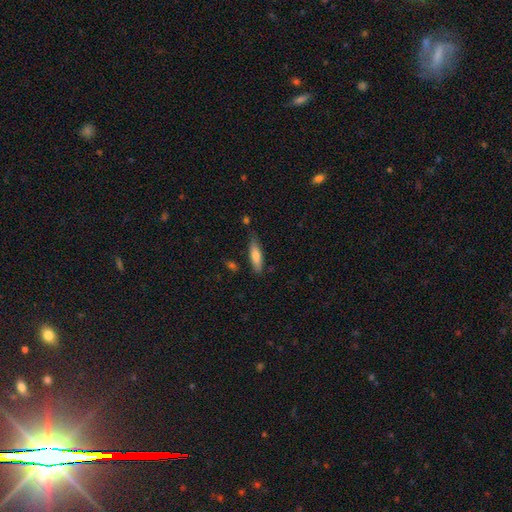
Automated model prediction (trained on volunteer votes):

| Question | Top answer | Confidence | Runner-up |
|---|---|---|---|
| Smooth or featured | smooth | 72% | featured or disk (21%) |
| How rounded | cigar-shaped | 63% | in between (36%) |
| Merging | none | 73% | minor disturbance (19%) |